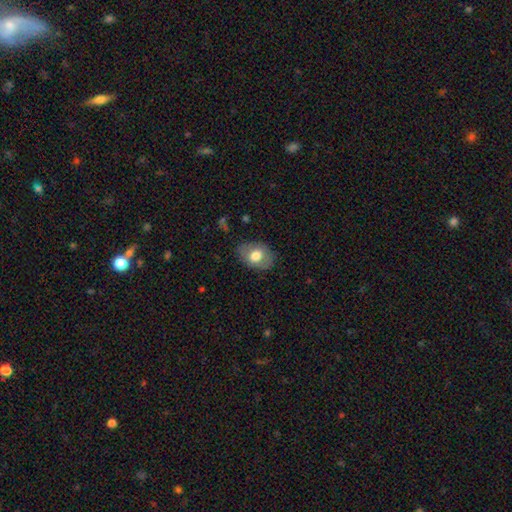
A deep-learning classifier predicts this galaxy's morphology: Overall: smooth (70%). How rounded: in between (73%). Merging: none (78%).